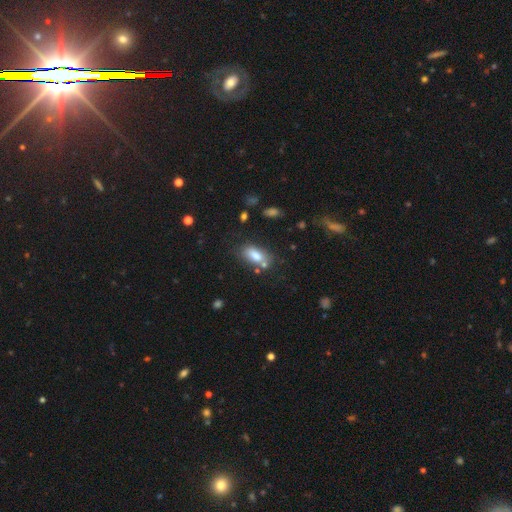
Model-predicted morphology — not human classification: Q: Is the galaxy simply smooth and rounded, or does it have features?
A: smooth — 80%.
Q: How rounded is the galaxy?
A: in between — 88%.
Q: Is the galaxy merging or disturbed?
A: none — 64%.